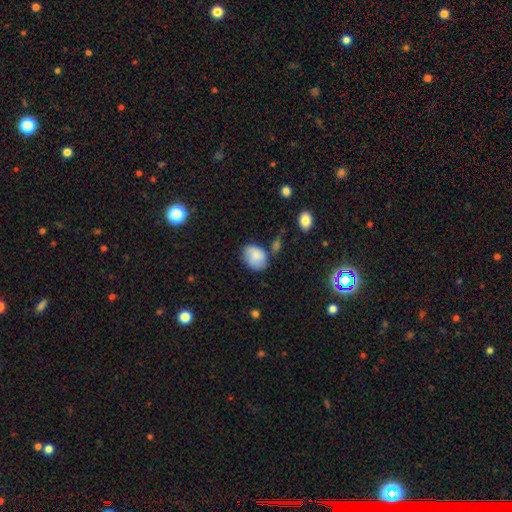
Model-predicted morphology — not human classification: smooth-or-featured: smooth: 81% | featured or disk: 12% | star or artifact: 8%
  how-rounded: in between: 63% | round: 36% | cigar-shaped: 1%
  merging: none: 59% | minor disturbance: 26% | merger: 7% | major disturbance: 7%